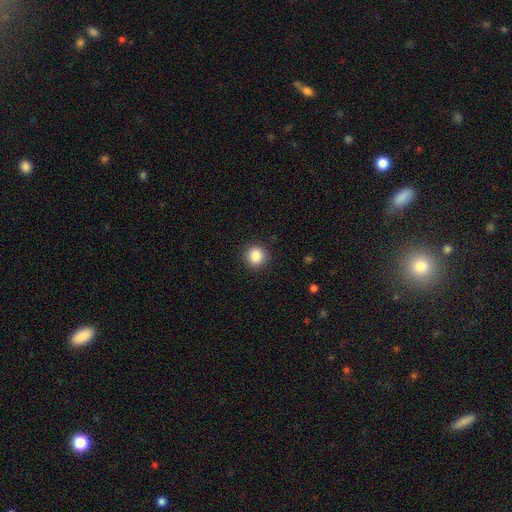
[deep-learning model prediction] smooth_or_featured: smooth (p=0.86) [alt: star or artifact p=0.10]
how_rounded: round (p=0.92) [alt: in between p=0.07]
merging: none (p=0.91) [alt: minor disturbance p=0.06]